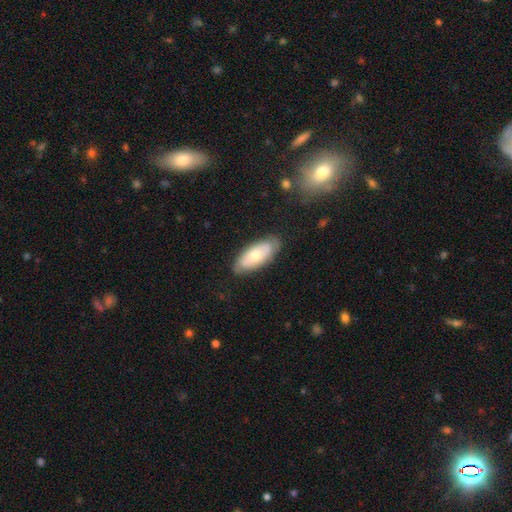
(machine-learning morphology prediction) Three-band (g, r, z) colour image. It shows a smooth galaxy with no disk features (51%) that is in between round and cigar-shaped (86%). Merging: none (80%).